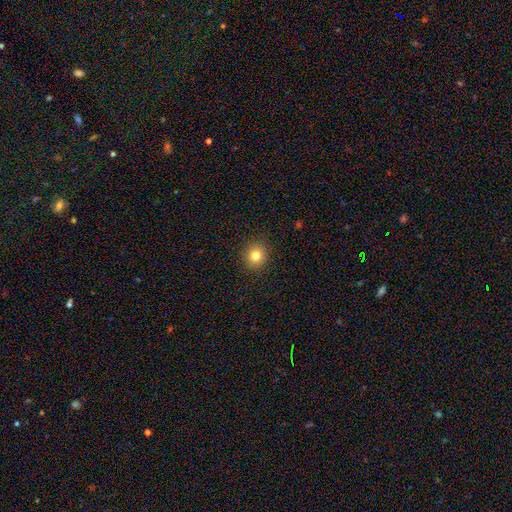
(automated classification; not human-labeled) The model was most divided on "how rounded": round: 84%, in between: 15%, cigar-shaped: 1%. More confident: merging — none (90%); smooth or featured — smooth (81%).